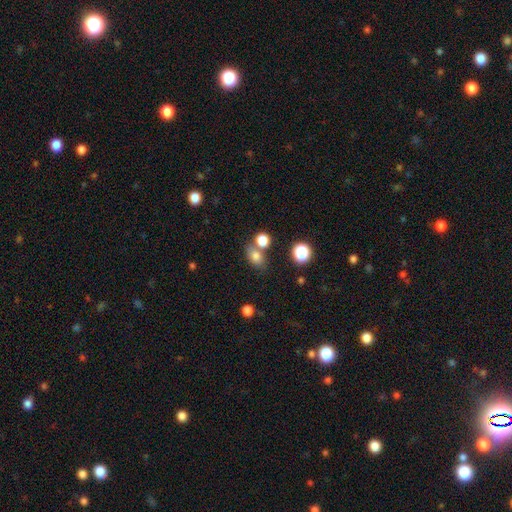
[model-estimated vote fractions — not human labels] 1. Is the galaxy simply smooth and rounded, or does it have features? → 77% smooth, 14% star or artifact, 9% featured or disk.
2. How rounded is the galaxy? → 65% in between, 33% round, 2% cigar-shaped.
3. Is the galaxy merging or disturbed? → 60% none, 24% merger, 12% minor disturbance, 4% major disturbance.